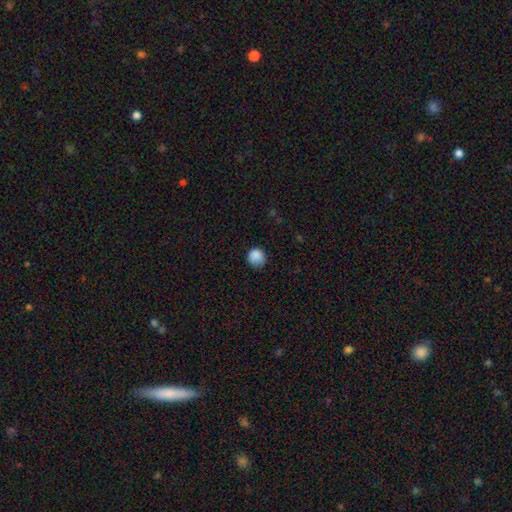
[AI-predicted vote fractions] Morphology: type=smooth (87%); roundness=round (89%); merging=none (70%).